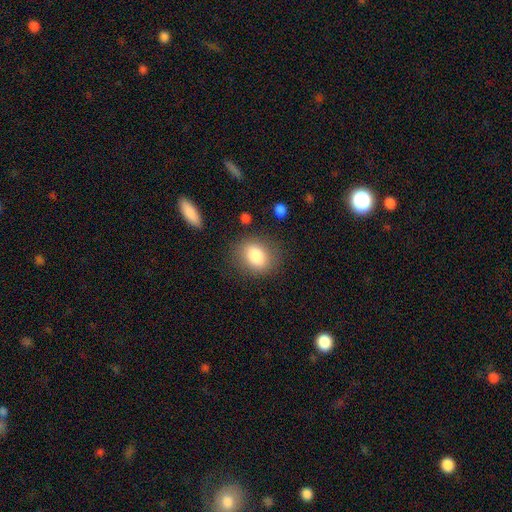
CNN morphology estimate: Overall: smooth (84%). How rounded: in between (55%; round 44%). Merging: none (80%).